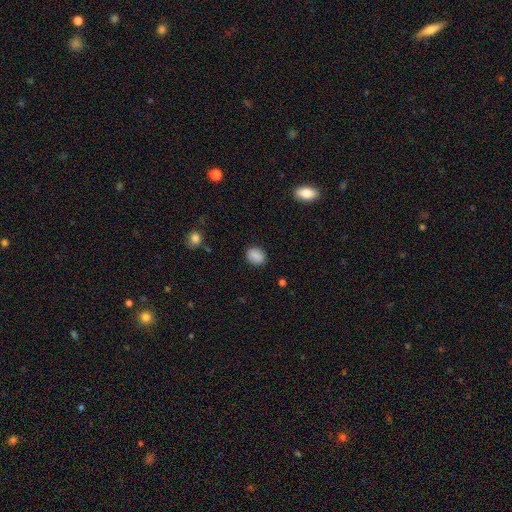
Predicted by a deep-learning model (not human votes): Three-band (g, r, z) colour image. It shows a smooth galaxy with no disk features (87%) that is round (56%). Merging: none (87%).